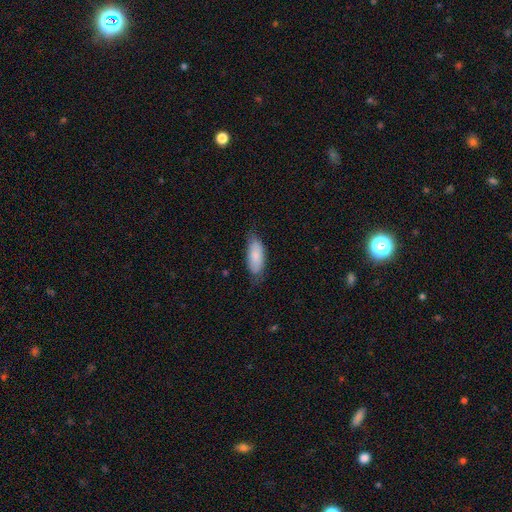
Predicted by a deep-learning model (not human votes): A smooth galaxy with no disk features (81%) that is in between round and cigar-shaped (82%). Merging: none (68%).